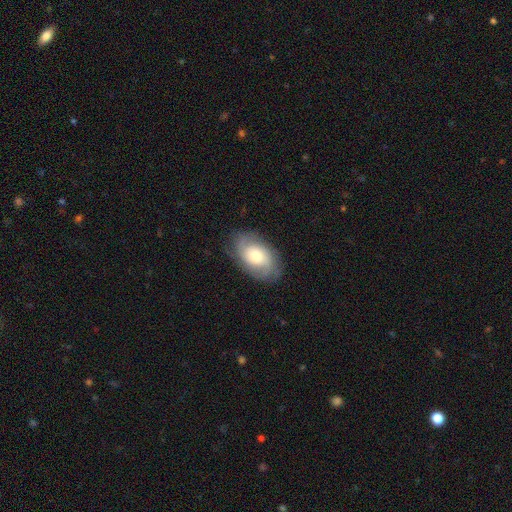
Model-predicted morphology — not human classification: A featured or disk galaxy (54%) with no bar (72%), spiral arms (82%) and a moderate central bulge (58%).

Vote fractions:
- Smooth or featured? featured or disk: 54% / smooth: 39% / star or artifact: 7%
- Edge-on disk? no: 95% / yes: 5%
- Bar? no: 72% / weak: 24% / strong: 4%
- Spiral arms? yes: 82% / no: 18%
- Bulge size? moderate: 58% / small: 21% / large: 17% / dominant: 2% / none: 2%
- Merging? none: 77% / minor disturbance: 17% / major disturbance: 5% / merger: 1%